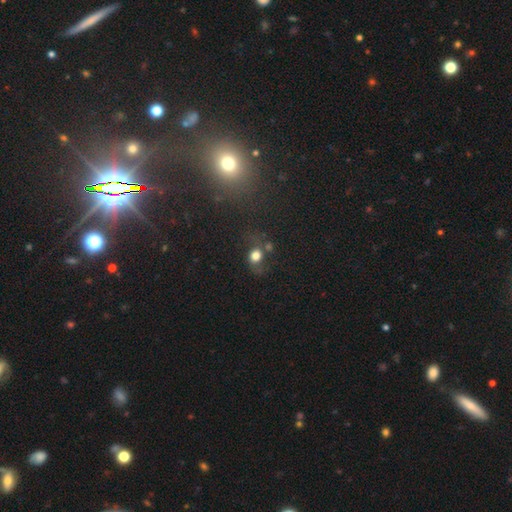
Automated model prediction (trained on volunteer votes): A smooth galaxy with no disk features (69%) that is round (71%).

Vote fractions:
- Smooth or featured? smooth: 69% / featured or disk: 16% / star or artifact: 15%
- How rounded? round: 71% / in between: 28% / cigar-shaped: 1%
- Merging? none: 53% / minor disturbance: 20% / merger: 14% / major disturbance: 13%